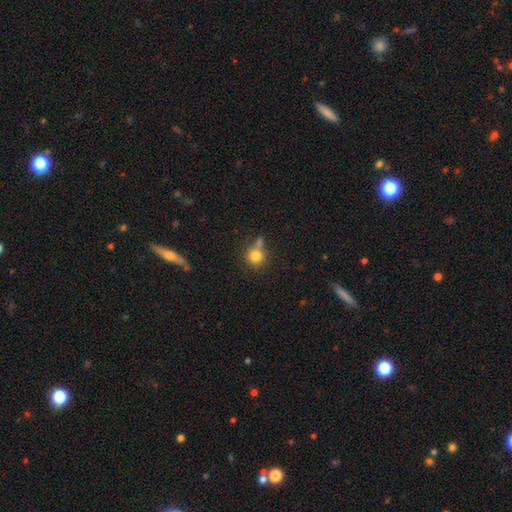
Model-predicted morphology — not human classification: A smooth galaxy with no disk features (80%) that is round (89%). Merging: none (56%).